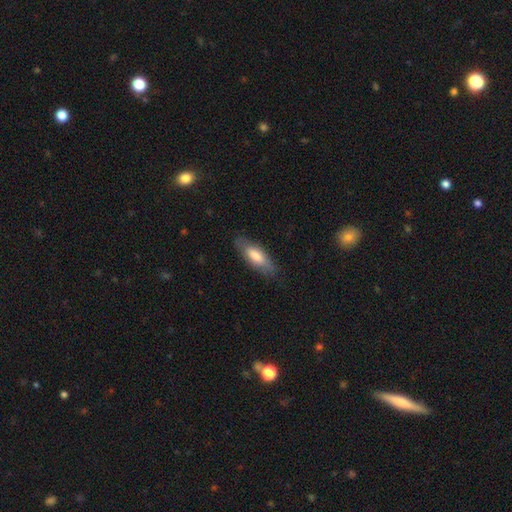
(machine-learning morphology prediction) Overall: smooth (73%). How rounded: in between (61%; cigar-shaped 37%). Merging: none (80%).